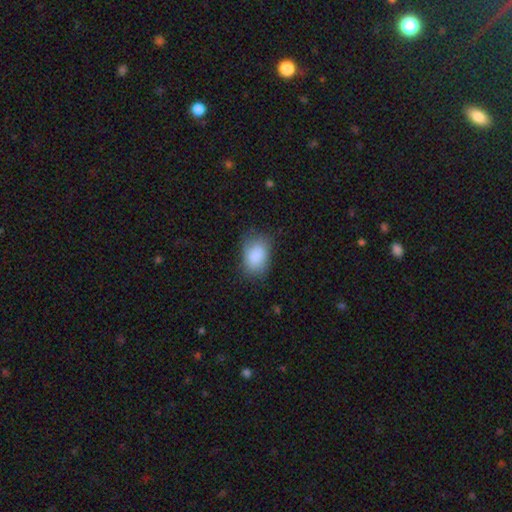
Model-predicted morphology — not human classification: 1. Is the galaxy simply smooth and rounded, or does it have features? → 86% smooth, 7% star or artifact, 6% featured or disk.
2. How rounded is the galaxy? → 82% in between, 17% round, 1% cigar-shaped.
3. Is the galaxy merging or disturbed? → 68% none, 23% minor disturbance, 7% major disturbance, 1% merger.